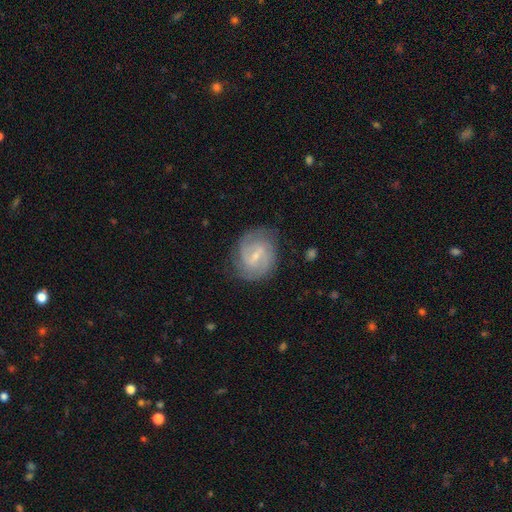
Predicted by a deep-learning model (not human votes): Overall: featured or disk (79%). Edge-on disk: no (97%). Bar: weak (57%; strong 29%). Spiral arms: yes (91%). Spiral arm count: 2 (66%). Spiral winding: medium (44%; tight 40%). Bulge size: small (69%). Merging: none (76%).